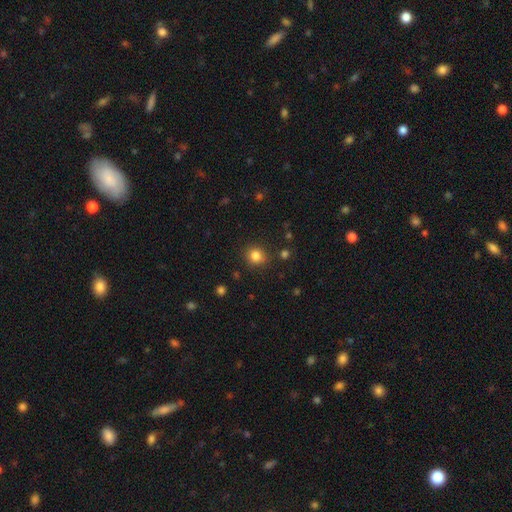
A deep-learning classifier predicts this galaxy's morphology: Q: Smooth or featured?
A: smooth (82%); runner-up: star or artifact (12%)
Q: How rounded?
A: round (84%); runner-up: in between (15%)
Q: Merging?
A: none (86%); runner-up: minor disturbance (9%)